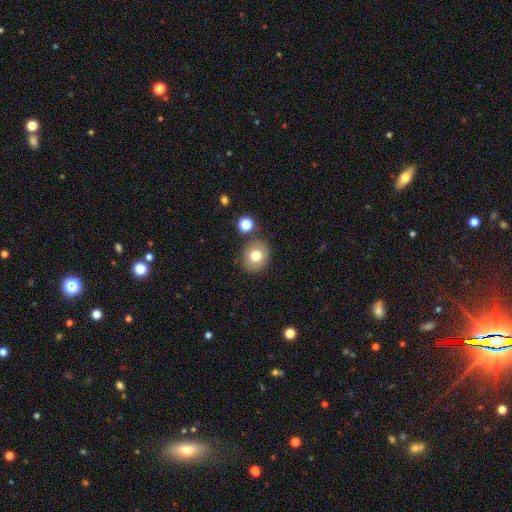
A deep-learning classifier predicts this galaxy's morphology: smooth 77%, featured or disk 13%, star or artifact 10%. Down the decision tree: how rounded — round (69%); merging — none (82%).